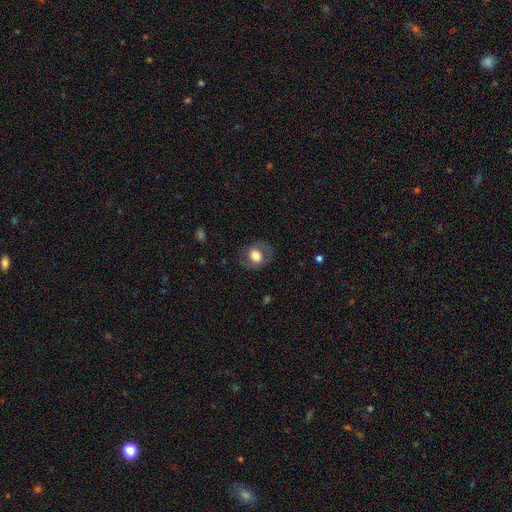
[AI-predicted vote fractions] A smooth galaxy with no disk features (60%) that is round (54%). Merging: none (77%).